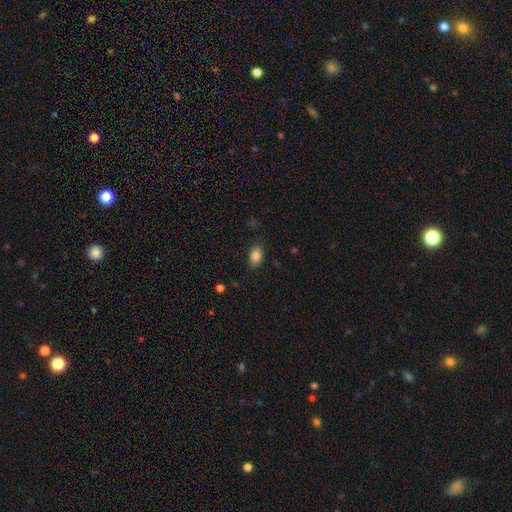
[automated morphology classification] Smooth or featured? smooth (84%)
How rounded? in between (84%)
Merging? none (82%)